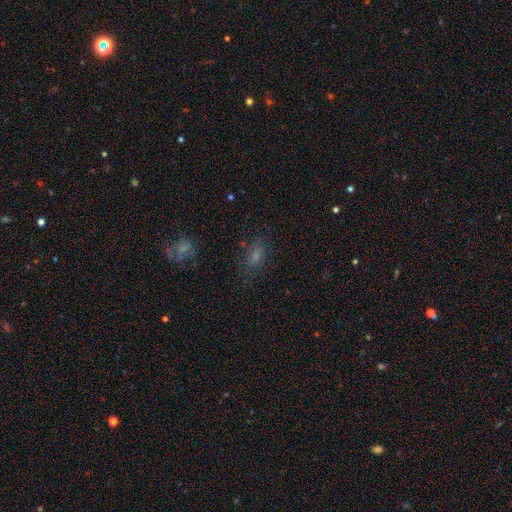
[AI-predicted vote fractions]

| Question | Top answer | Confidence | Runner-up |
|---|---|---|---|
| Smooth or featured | smooth | 58% | star or artifact (23%) |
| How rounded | in between | 79% | round (13%) |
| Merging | none | 71% | minor disturbance (18%) |